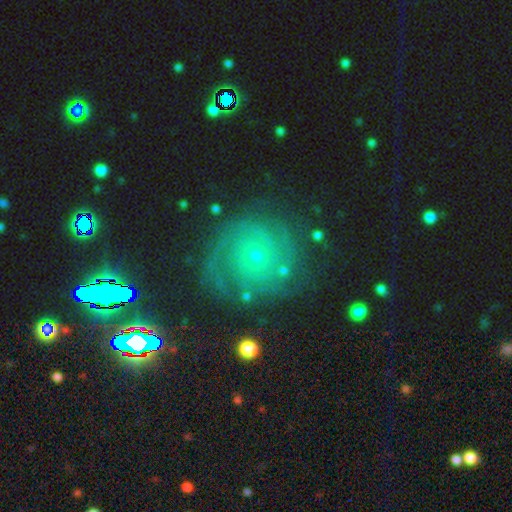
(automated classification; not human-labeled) Smooth or featured?
  - featured or disk: 67% *
  - star or artifact: 18%
  - smooth: 15%
Edge-on disk?
  - no: 97% *
  - yes: 3%
Bar?
  - no: 79% *
  - weak: 17%
  - strong: 4%
Spiral arms?
  - yes: 92% *
  - no: 8%
Spiral winding?
  - tight: 71% *
  - medium: 23%
  - loose: 6%
Spiral arm count?
  - can't tell: 34% *
  - 2: 30%
  - 3: 15%
  - 4: 8%
  - 1: 6%
  - more than 4: 6%
Bulge size?
  - small: 71% *
  - moderate: 25%
  - none: 2%
  - large: 2%
  - dominant: 1%
Merging?
  - none: 79% *
  - minor disturbance: 13%
  - major disturbance: 7%
  - merger: 2%